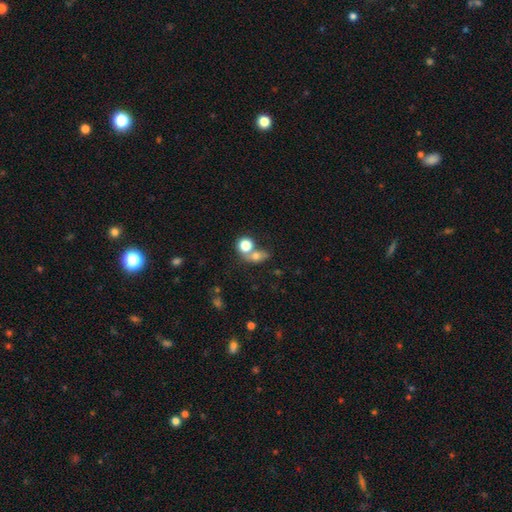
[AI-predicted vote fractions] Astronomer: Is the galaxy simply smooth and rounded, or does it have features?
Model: smooth — 71%.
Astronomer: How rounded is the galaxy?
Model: round — 59% (runner-up: in between, 38%).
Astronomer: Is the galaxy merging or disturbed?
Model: merger — 50% (runner-up: none, 34%).